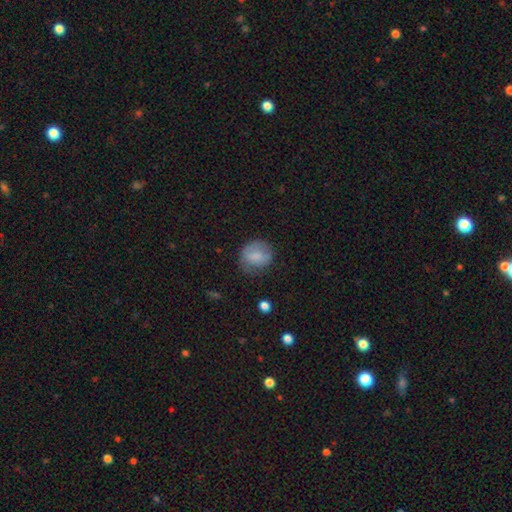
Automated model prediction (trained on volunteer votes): Smooth or featured?
  - smooth: 75% *
  - featured or disk: 17%
  - star or artifact: 8%
How rounded?
  - round: 74% *
  - in between: 25%
  - cigar-shaped: 1%
Merging?
  - none: 61% *
  - minor disturbance: 26%
  - major disturbance: 11%
  - merger: 2%